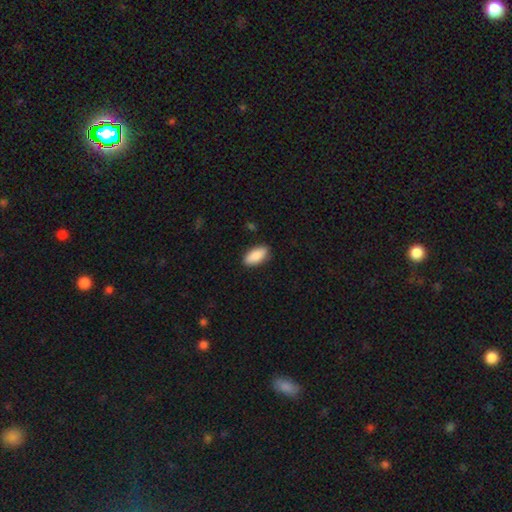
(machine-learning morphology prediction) A smooth galaxy with no disk features (88%) that is in between round and cigar-shaped (91%). Merging: none (87%).